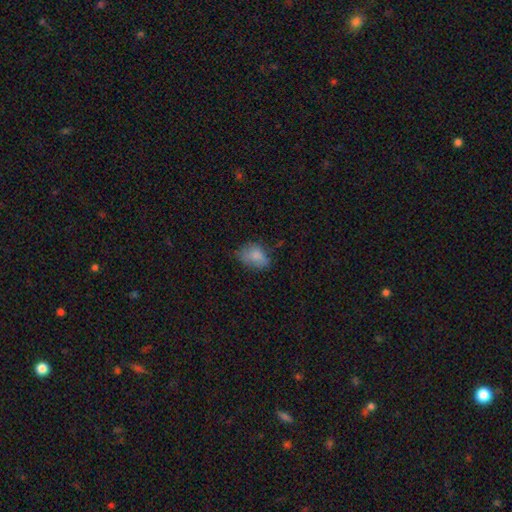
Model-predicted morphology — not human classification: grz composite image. It shows a smooth galaxy with no disk features (80%) that is in between round and cigar-shaped (75%). Merging: none (52%).